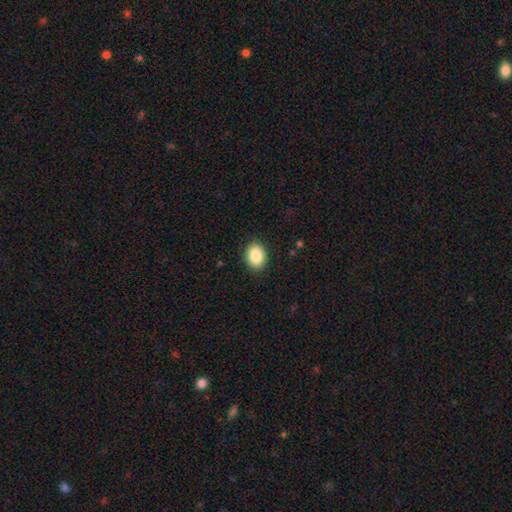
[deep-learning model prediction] A smooth galaxy with no disk features (88%) that is in between round and cigar-shaped (73%). Merging: none (88%).